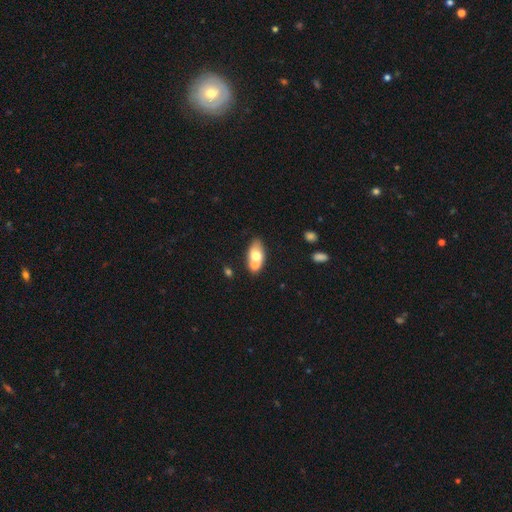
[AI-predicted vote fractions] This appears to be a smooth galaxy with no disk features (65%) that is in between round and cigar-shaped (80%). Merging: merger (45%).